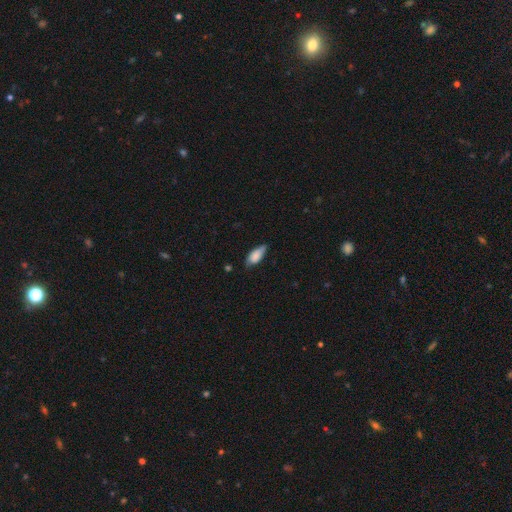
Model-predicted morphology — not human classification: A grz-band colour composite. It shows a smooth galaxy with no disk features (83%) that is in between round and cigar-shaped (85%). Merging: none (63%).